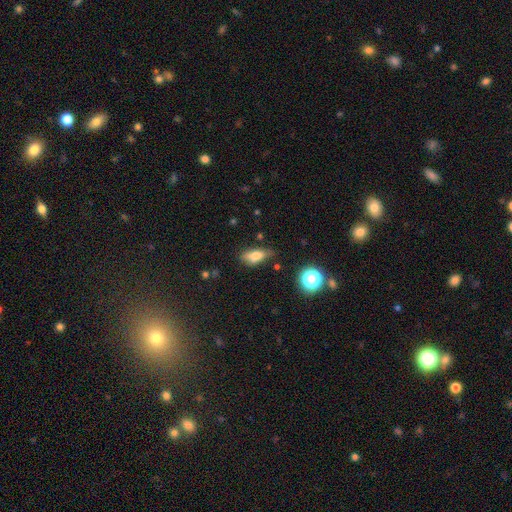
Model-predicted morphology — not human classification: This is likely a smooth galaxy (70%). How rounded: likely in between (73%). Merging: likely none (61%).